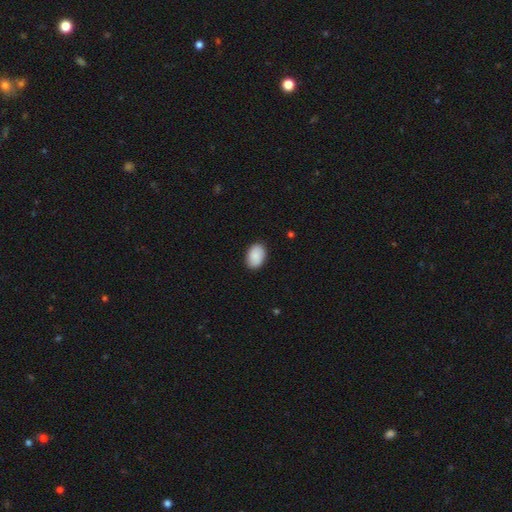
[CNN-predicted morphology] smooth_or_featured: smooth (p=0.90) [alt: star or artifact p=0.06]
how_rounded: in between (p=0.88) [alt: round p=0.11]
merging: none (p=0.88) [alt: minor disturbance p=0.09]